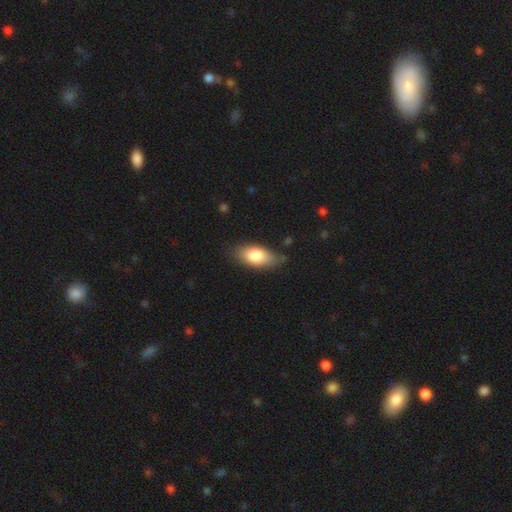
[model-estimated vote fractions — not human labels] This is likely a smooth galaxy (80%). How rounded: clearly in between (88%). Merging: likely none (77%).